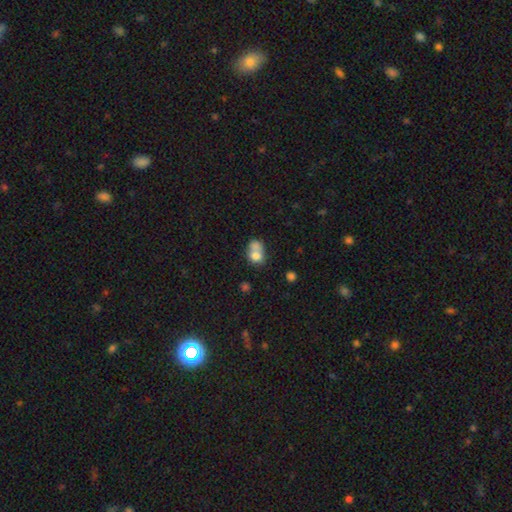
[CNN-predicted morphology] type=smooth (74%); roundness=in between (52%); merging=merger (55%).